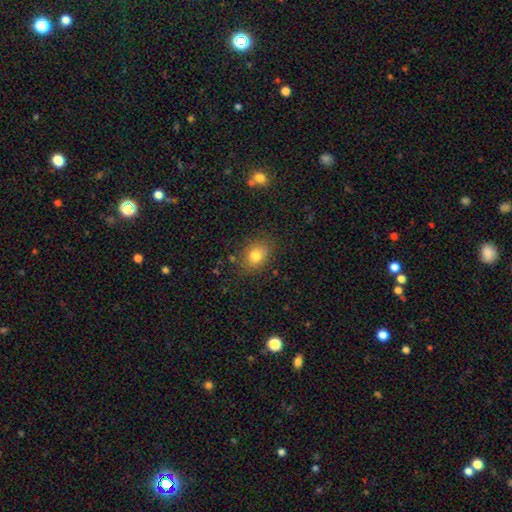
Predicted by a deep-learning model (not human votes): Smooth or featured? smooth (78%)
How rounded? in between (57%)
Merging? none (81%)